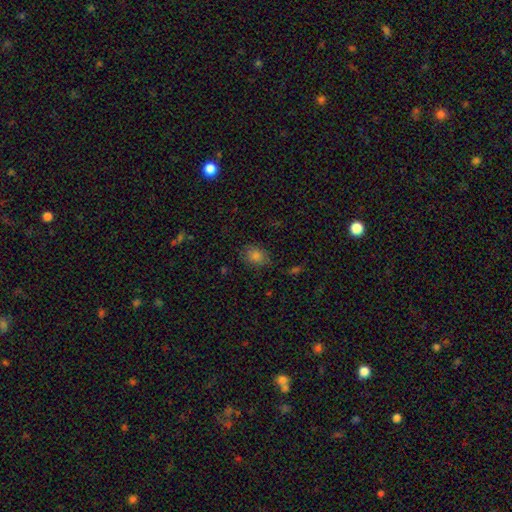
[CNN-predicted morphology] smooth_or_featured: smooth (p=0.80) [alt: star or artifact p=0.14]
how_rounded: in between (p=0.54) [alt: round p=0.44]
merging: none (p=0.79) [alt: minor disturbance p=0.15]